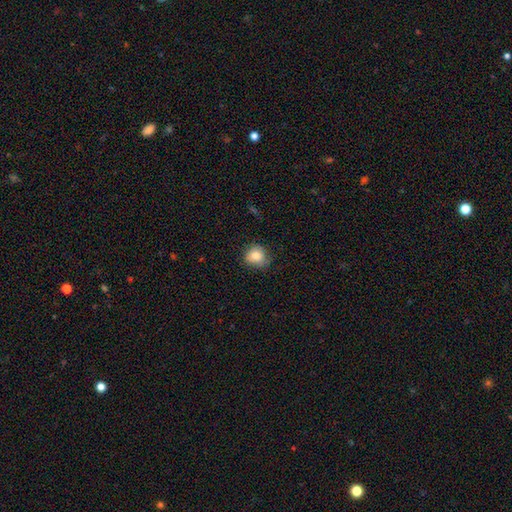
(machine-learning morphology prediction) A smooth galaxy with no disk features (83%) that is round (82%). Merging: none (73%).